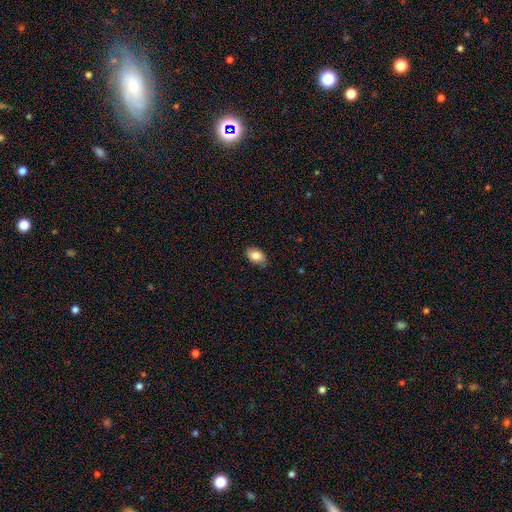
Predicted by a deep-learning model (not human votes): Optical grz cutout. It shows a smooth galaxy with no disk features (83%) that is in between round and cigar-shaped (88%). Merging: none (75%).